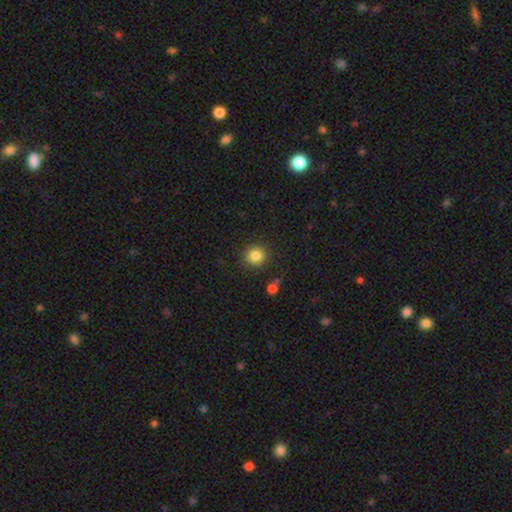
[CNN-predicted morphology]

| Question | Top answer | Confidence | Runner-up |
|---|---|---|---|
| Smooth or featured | smooth | 84% | star or artifact (11%) |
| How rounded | round | 92% | in between (7%) |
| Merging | none | 88% | minor disturbance (7%) |